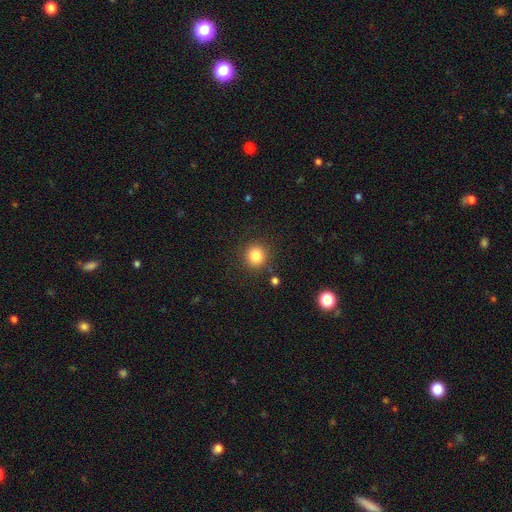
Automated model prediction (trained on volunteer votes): A smooth galaxy with no disk features (83%) that is round (92%).

Vote fractions:
- Smooth or featured? smooth: 83% / star or artifact: 11% / featured or disk: 6%
- How rounded? round: 92% / in between: 7% / cigar-shaped: 1%
- Merging? none: 88% / minor disturbance: 7% / major disturbance: 3% / merger: 3%